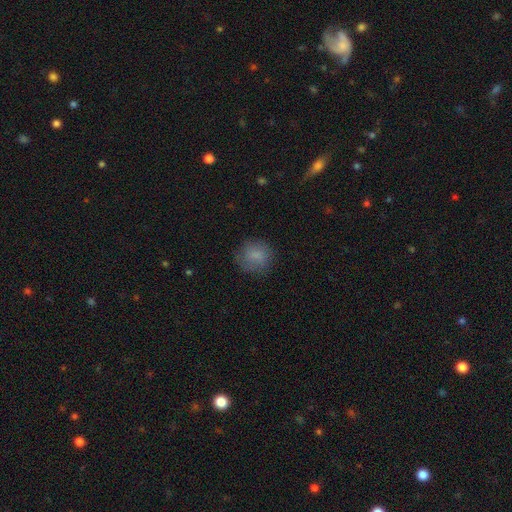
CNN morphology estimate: A smooth galaxy with no disk features (82%) that is round (83%).

Vote fractions:
- Smooth or featured? smooth: 82% / featured or disk: 10% / star or artifact: 8%
- How rounded? round: 83% / in between: 16% / cigar-shaped: 1%
- Merging? none: 76% / minor disturbance: 17% / major disturbance: 6% / merger: 1%